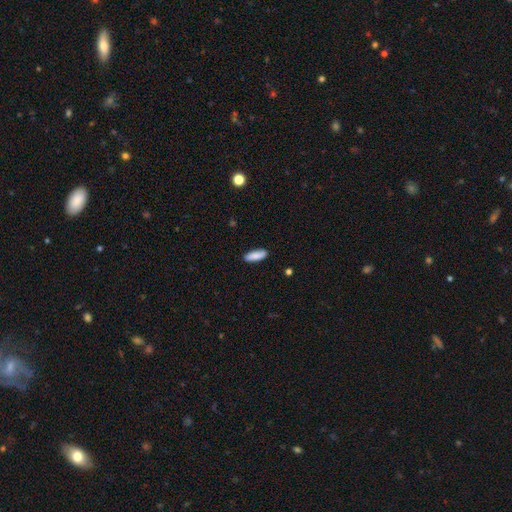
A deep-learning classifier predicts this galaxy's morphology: Overall: smooth (86%). How rounded: in between (56%; cigar-shaped 43%). Merging: none (88%).